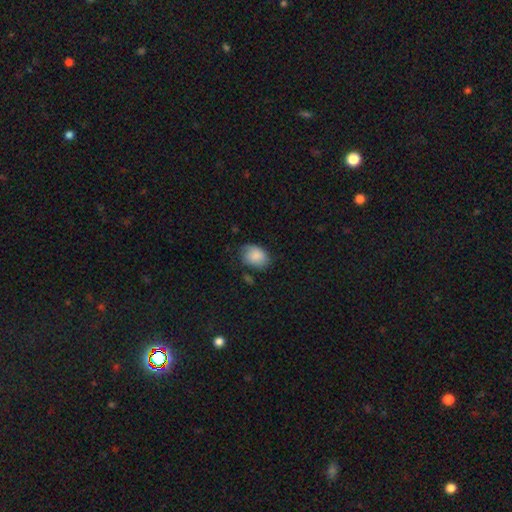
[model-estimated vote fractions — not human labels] Q: Smooth or featured?
A: smooth (82%); runner-up: featured or disk (10%)
Q: How rounded?
A: in between (75%); runner-up: round (24%)
Q: Merging?
A: none (60%); runner-up: minor disturbance (30%)